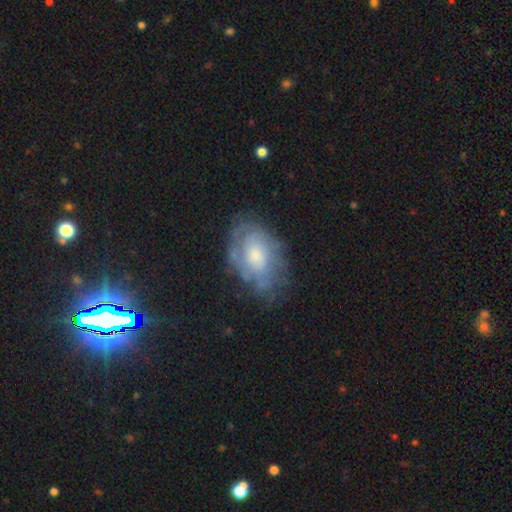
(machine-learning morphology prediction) This is likely a featured or disk galaxy (63%). It is clearly not viewed edge-on (96%). Bar: likely no (78%). Spiral arm pattern: likely yes (68%). Central bulge: possibly moderate (47%). Merging: likely none (62%).